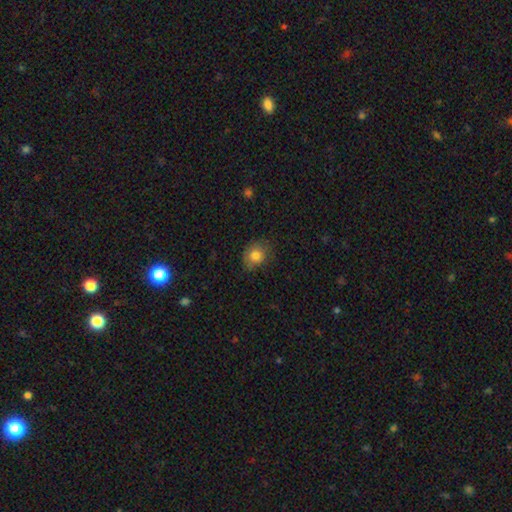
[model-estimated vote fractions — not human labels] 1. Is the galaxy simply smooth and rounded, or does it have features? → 81% smooth, 10% star or artifact, 9% featured or disk.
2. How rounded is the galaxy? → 60% round, 39% in between, 1% cigar-shaped.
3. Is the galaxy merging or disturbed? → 72% none, 22% minor disturbance, 5% major disturbance, 1% merger.